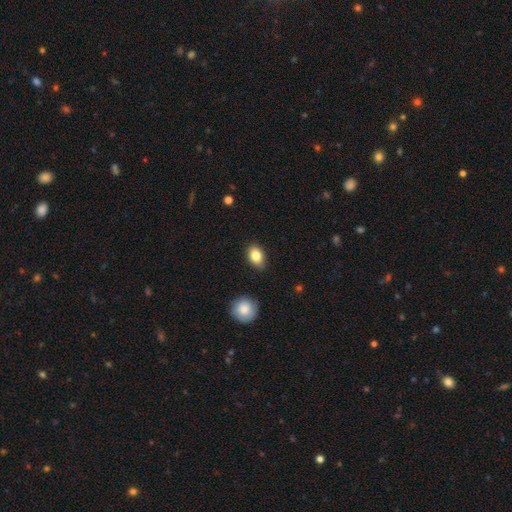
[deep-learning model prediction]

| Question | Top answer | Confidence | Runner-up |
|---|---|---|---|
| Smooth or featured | smooth | 83% | star or artifact (9%) |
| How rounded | in between | 73% | round (25%) |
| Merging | none | 81% | minor disturbance (15%) |